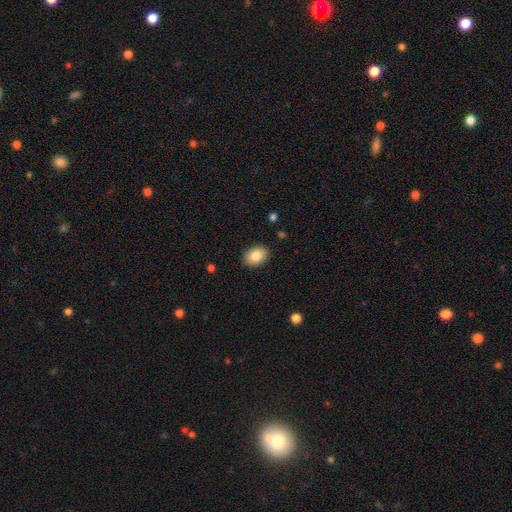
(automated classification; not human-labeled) Smooth or featured? smooth (84%)
How rounded? in between (79%)
Merging? none (89%)